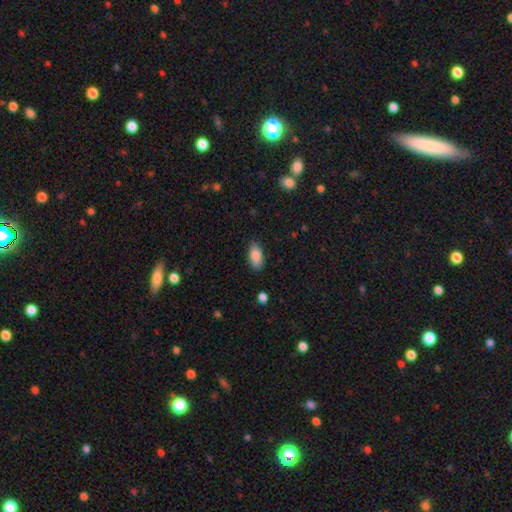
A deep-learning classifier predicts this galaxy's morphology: This appears to be a smooth galaxy with no disk features (87%) that is in between round and cigar-shaped (91%). Merging: none (84%).